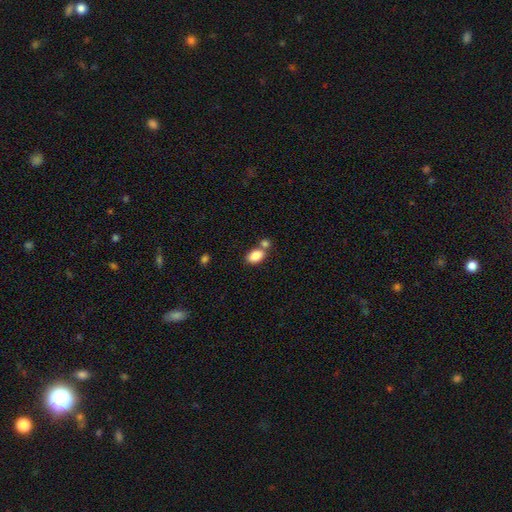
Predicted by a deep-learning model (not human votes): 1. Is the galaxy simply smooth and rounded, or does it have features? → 85% smooth, 8% star or artifact, 7% featured or disk.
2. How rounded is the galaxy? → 86% in between, 13% round, 1% cigar-shaped.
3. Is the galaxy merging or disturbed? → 53% none, 33% merger, 11% minor disturbance, 3% major disturbance.